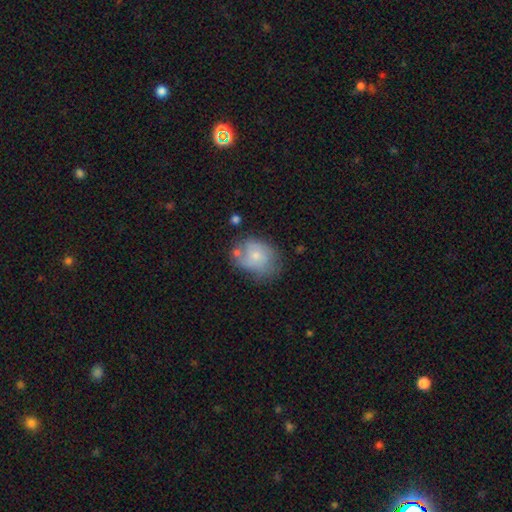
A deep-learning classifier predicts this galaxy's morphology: Overall: smooth (58%; featured or disk 34%). How rounded: in between (53%; round 46%). Merging: none (47%; minor disturbance 30%).